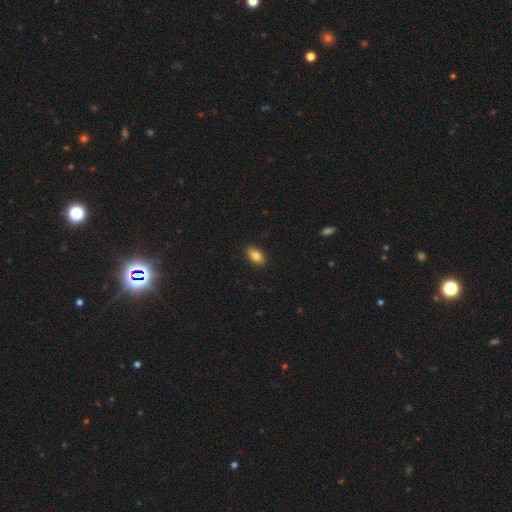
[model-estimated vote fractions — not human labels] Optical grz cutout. It shows a smooth galaxy with no disk features (85%) that is in between round and cigar-shaped (91%). Merging: none (89%).